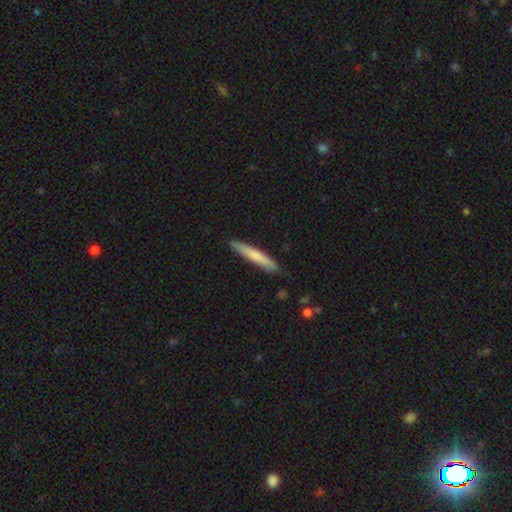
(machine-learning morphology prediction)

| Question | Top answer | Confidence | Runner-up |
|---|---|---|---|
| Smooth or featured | smooth | 71% | featured or disk (24%) |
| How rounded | cigar-shaped | 94% | in between (4%) |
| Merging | none | 87% | minor disturbance (10%) |